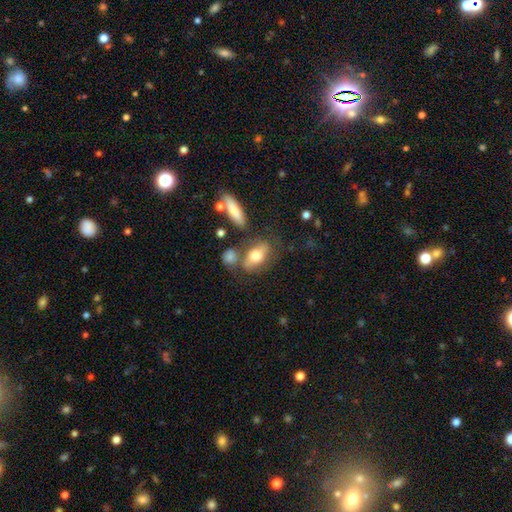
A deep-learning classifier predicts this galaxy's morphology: Smooth or featured? Predicted: smooth (p=0.68). How rounded? Predicted: in between (p=0.81). Merging? Predicted: none (p=0.55).